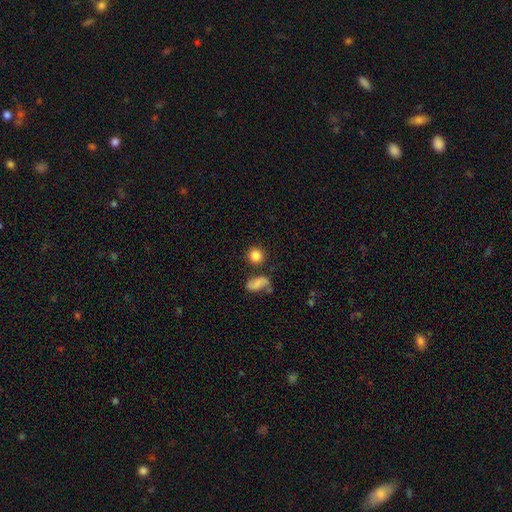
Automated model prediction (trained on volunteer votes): Q: Smooth or featured?
A: smooth (83%); runner-up: star or artifact (10%)
Q: How rounded?
A: round (87%); runner-up: in between (11%)
Q: Merging?
A: none (78%); runner-up: minor disturbance (10%)